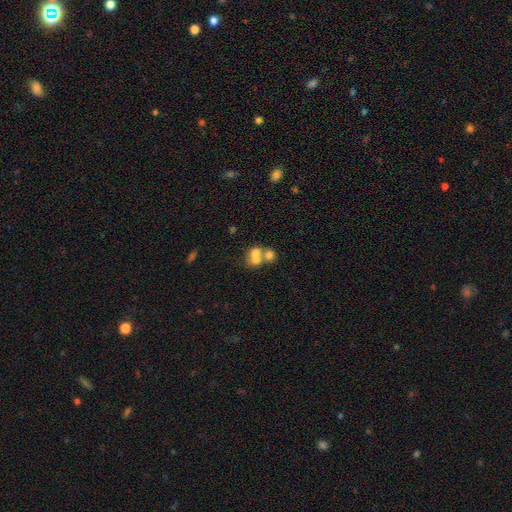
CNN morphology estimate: A smooth galaxy with no disk features (61%) that is round (73%).

Vote fractions:
- Smooth or featured? smooth: 61% / featured or disk: 26% / star or artifact: 13%
- How rounded? round: 73% / in between: 26% / cigar-shaped: 1%
- Merging? merger: 64% / none: 26% / minor disturbance: 5% / major disturbance: 4%